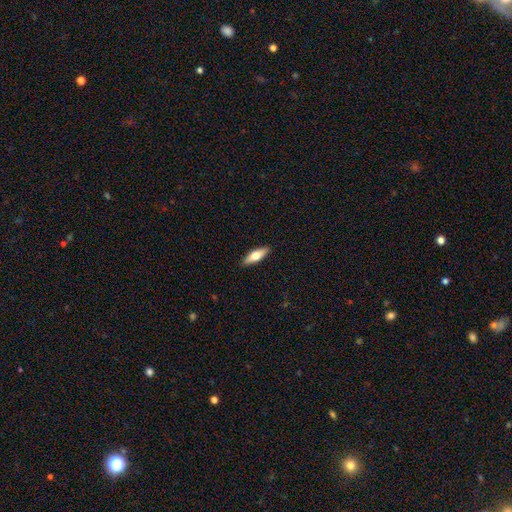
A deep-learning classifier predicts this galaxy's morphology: Smooth or featured? Predicted: smooth (p=0.63). How rounded? Predicted: in between (p=0.51). Merging? Predicted: none (p=0.89).